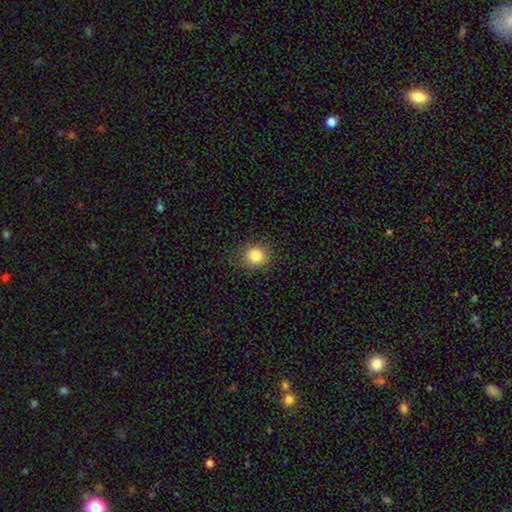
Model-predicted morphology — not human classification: Smooth or featured? Predicted: smooth (p=0.84). How rounded? Predicted: round (p=0.85). Merging? Predicted: none (p=0.89).